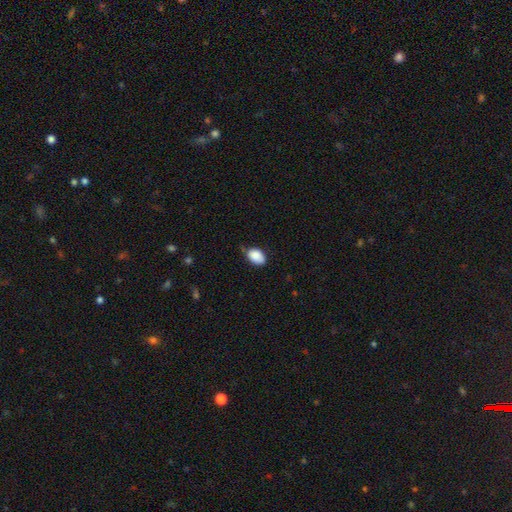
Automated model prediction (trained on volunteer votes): Q: Smooth or featured?
A: smooth (88%); runner-up: star or artifact (7%)
Q: How rounded?
A: in between (87%); runner-up: round (12%)
Q: Merging?
A: none (58%); runner-up: minor disturbance (34%)